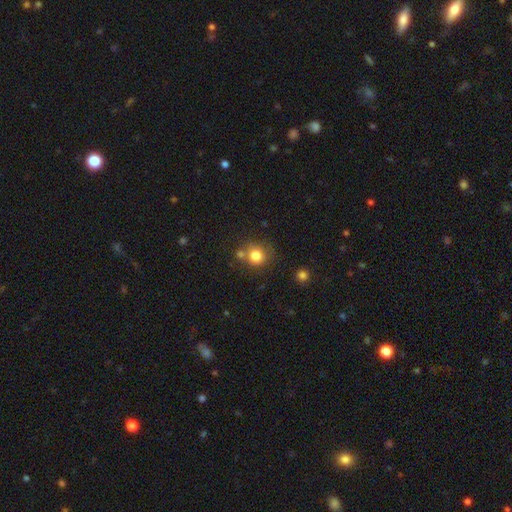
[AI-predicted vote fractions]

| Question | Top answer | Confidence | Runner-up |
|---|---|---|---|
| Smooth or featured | smooth | 80% | star or artifact (11%) |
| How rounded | round | 89% | in between (10%) |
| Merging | none | 67% | merger (17%) |